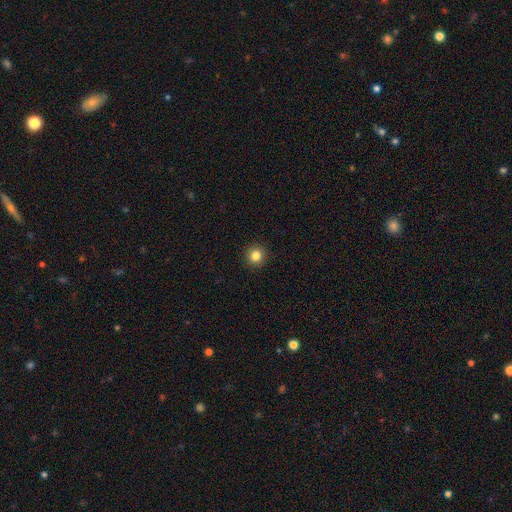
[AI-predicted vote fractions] This is clearly a smooth galaxy (83%). How rounded: clearly round (94%). Merging: clearly none (92%).